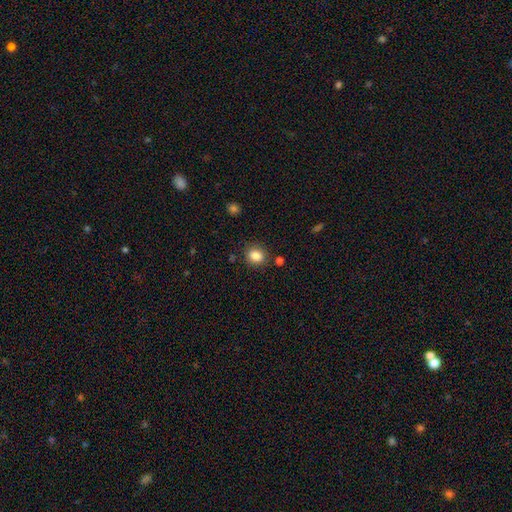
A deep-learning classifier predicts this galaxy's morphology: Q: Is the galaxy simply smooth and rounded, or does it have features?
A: smooth — 85%.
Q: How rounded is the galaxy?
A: round — 68%.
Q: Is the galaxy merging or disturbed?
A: none — 82%.